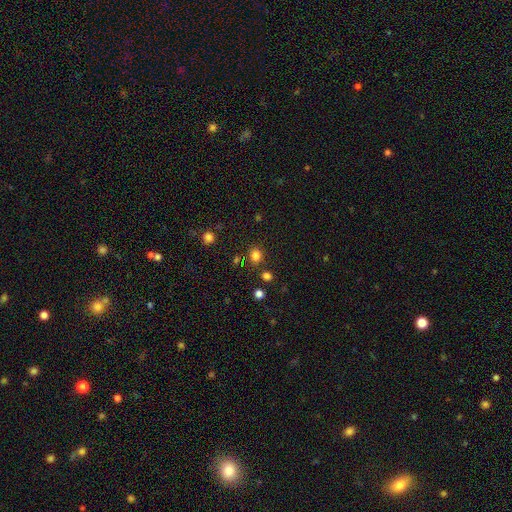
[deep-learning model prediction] Smooth or featured? smooth (80%)
How rounded? round (76%)
Merging? none (83%)